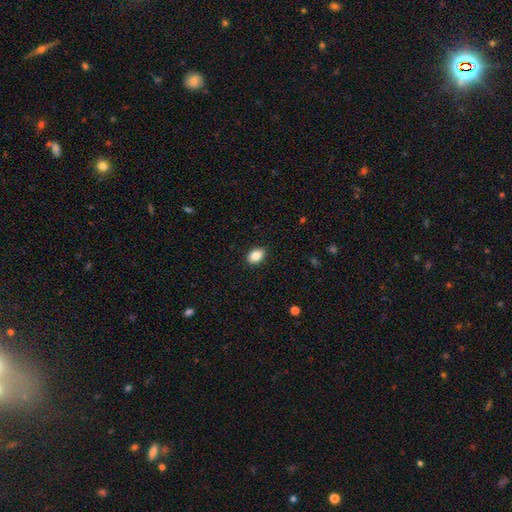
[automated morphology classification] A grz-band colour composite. It shows a smooth galaxy with no disk features (87%) that is in between round and cigar-shaped (81%). Merging: none (90%).